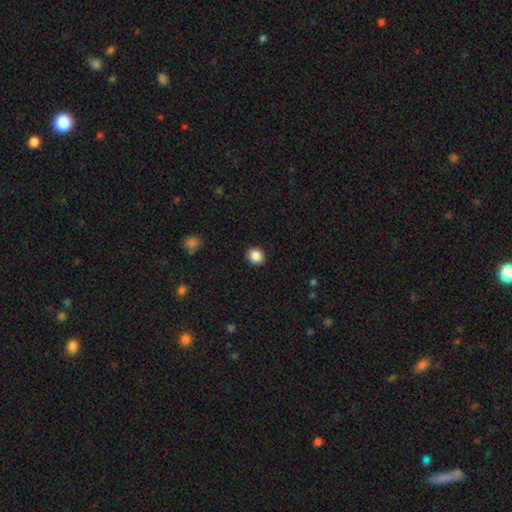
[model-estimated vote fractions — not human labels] A smooth galaxy with no disk features (87%) that is round (82%). Merging: none (92%).